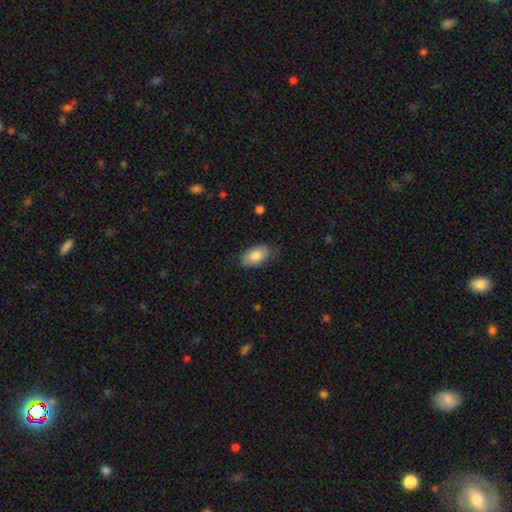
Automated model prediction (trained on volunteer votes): Smooth or featured?
  - smooth: 83% *
  - featured or disk: 11%
  - star or artifact: 6%
How rounded?
  - in between: 93% *
  - round: 5%
  - cigar-shaped: 2%
Merging?
  - none: 78% *
  - minor disturbance: 17%
  - major disturbance: 4%
  - merger: 1%